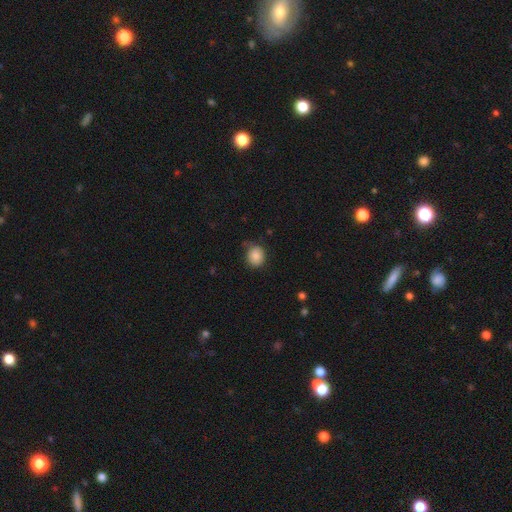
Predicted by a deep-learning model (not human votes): Smooth or featured? smooth (85%)
How rounded? round (74%)
Merging? none (74%)